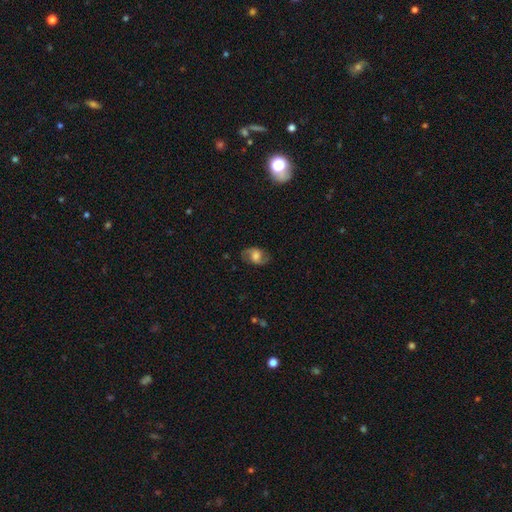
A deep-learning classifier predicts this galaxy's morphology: The model was most divided on "bar": weak: 44%, no: 41%, strong: 16%. Remaining: edge-on disk — no (95%); spiral arms — yes (84%); merging — none (78%); smooth or featured — featured or disk (56%); bulge size — moderate (38%).